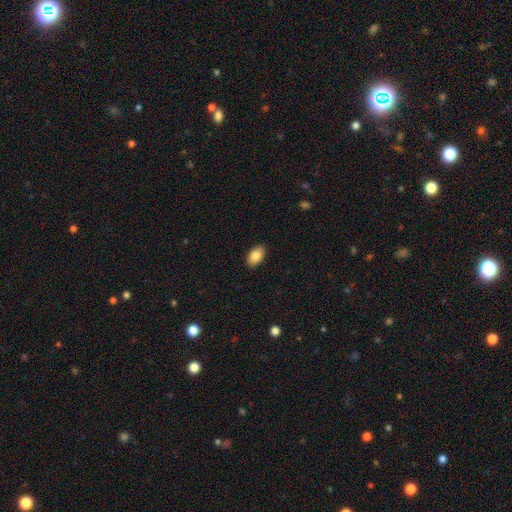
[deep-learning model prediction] smooth_or_featured: smooth (p=0.85) [alt: featured or disk p=0.07]
how_rounded: in between (p=0.93) [alt: round p=0.06]
merging: none (p=0.89) [alt: minor disturbance p=0.08]